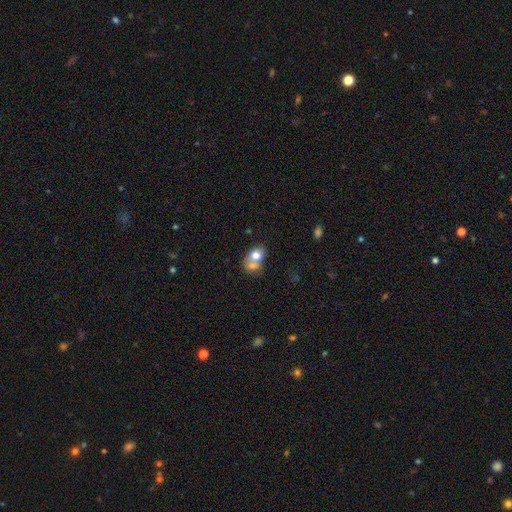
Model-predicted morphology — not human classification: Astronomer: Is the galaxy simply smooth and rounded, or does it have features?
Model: smooth — 73%.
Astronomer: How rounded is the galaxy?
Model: in between — 64%.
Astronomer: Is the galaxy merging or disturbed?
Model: merger — 62%.